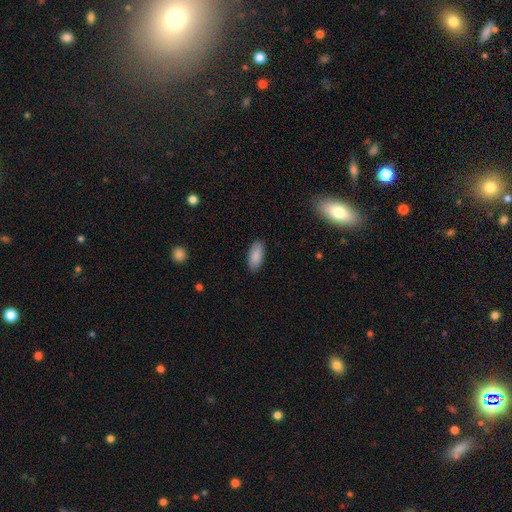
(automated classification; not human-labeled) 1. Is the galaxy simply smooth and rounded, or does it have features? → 88% smooth, 6% star or artifact, 6% featured or disk.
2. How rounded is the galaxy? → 88% in between, 11% cigar-shaped, 2% round.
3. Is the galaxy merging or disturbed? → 88% none, 9% minor disturbance, 2% major disturbance, 1% merger.